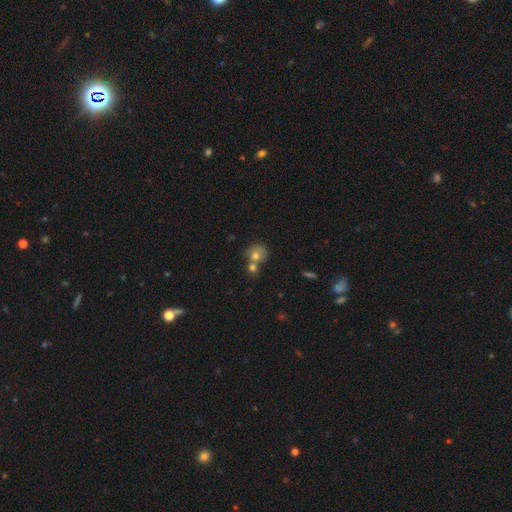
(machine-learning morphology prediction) Smooth or featured?
  - smooth: 70% *
  - featured or disk: 19%
  - star or artifact: 11%
How rounded?
  - round: 77% *
  - in between: 22%
  - cigar-shaped: 1%
Merging?
  - merger: 53% *
  - none: 33%
  - minor disturbance: 9%
  - major disturbance: 4%